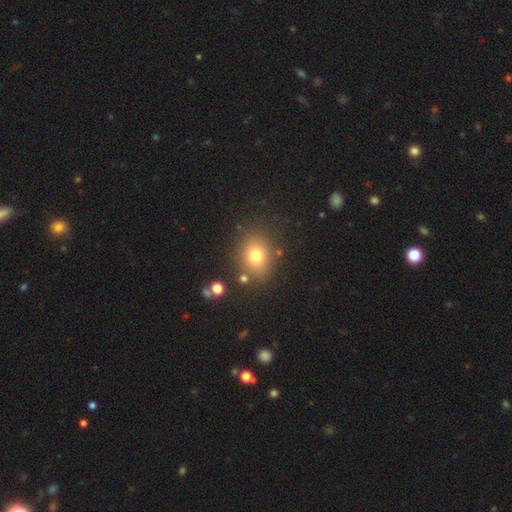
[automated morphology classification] smooth 76%, star or artifact 14%, featured or disk 10%. Down the decision tree: how rounded — round (54%); merging — none (81%).